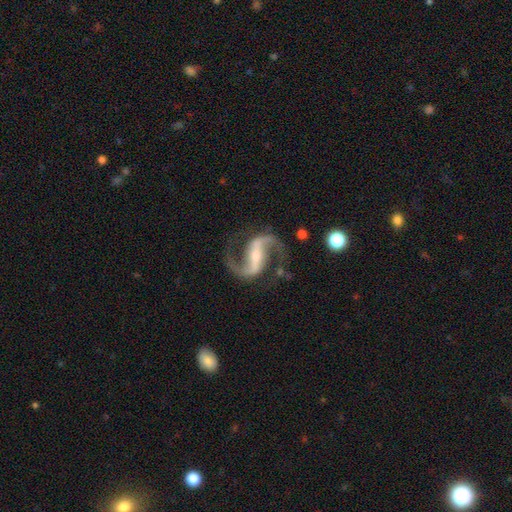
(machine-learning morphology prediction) Overall: featured or disk (93%). Edge-on disk: no (98%). Bar: strong (65%). Spiral arms: yes (98%). Spiral arm count: 2 (95%). Spiral winding: medium (50%; loose 41%). Bulge size: small (58%; moderate 32%). Merging: none (81%).